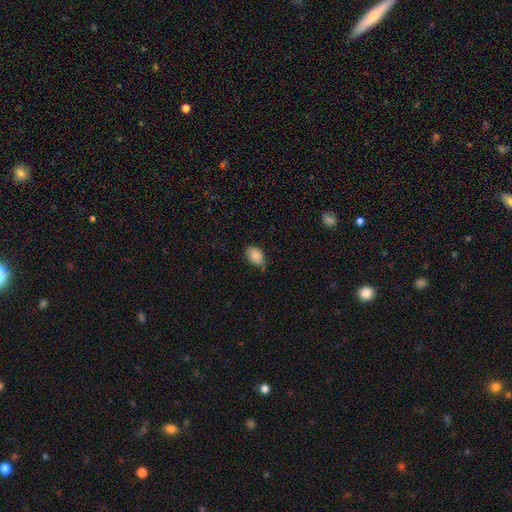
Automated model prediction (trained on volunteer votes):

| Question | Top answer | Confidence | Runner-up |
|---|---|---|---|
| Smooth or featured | smooth | 86% | star or artifact (8%) |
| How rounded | in between | 83% | round (15%) |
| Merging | none | 57% | minor disturbance (34%) |